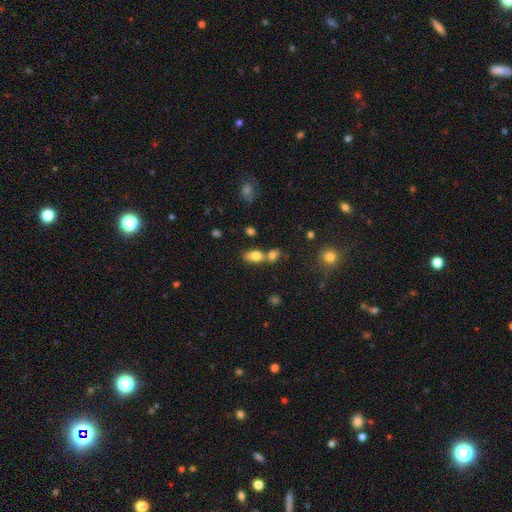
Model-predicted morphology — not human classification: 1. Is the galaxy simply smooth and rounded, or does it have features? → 78% smooth, 12% featured or disk, 10% star or artifact.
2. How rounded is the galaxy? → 84% in between, 11% round, 5% cigar-shaped.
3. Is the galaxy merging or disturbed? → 44% merger, 42% none, 10% minor disturbance, 4% major disturbance.